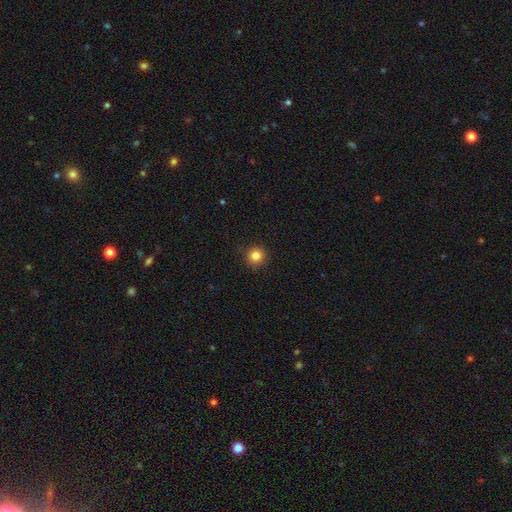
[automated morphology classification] This appears to be a smooth galaxy with no disk features (85%) that is round (93%). Merging: none (88%).